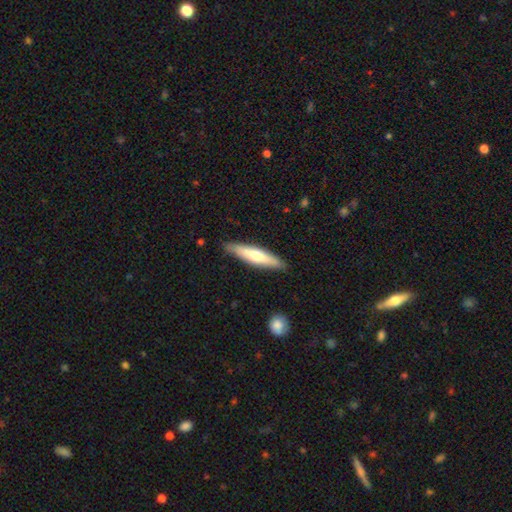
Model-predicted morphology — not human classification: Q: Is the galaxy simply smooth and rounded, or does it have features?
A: smooth — 55%.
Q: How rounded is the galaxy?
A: cigar-shaped — 83%.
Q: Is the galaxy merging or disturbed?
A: none — 88%.